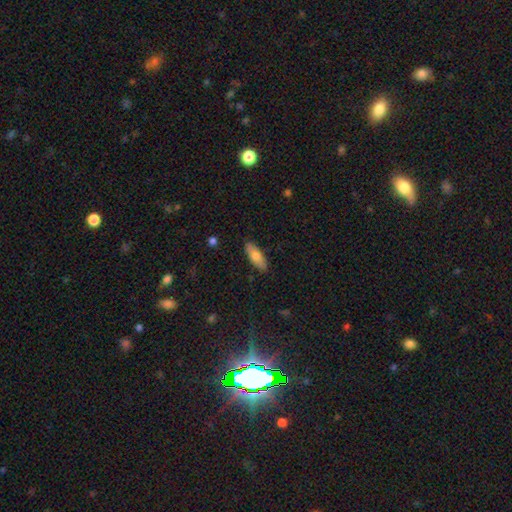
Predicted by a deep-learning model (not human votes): A smooth galaxy with no disk features (77%) that is in between round and cigar-shaped (65%). Merging: none (88%).